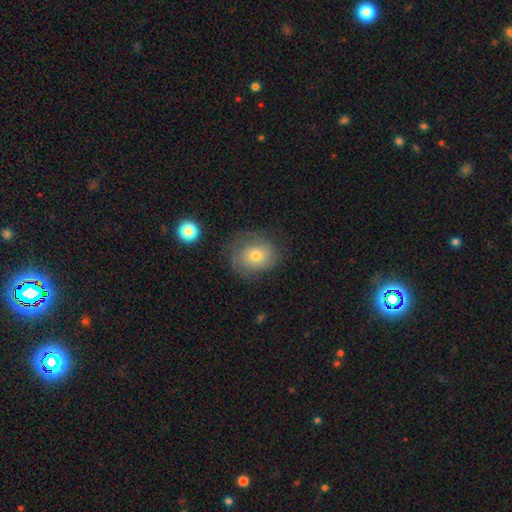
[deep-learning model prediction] Smooth or featured: smooth — 50% (featured or disk — 40%)
Merging: none — 64% (minor disturbance — 22%)